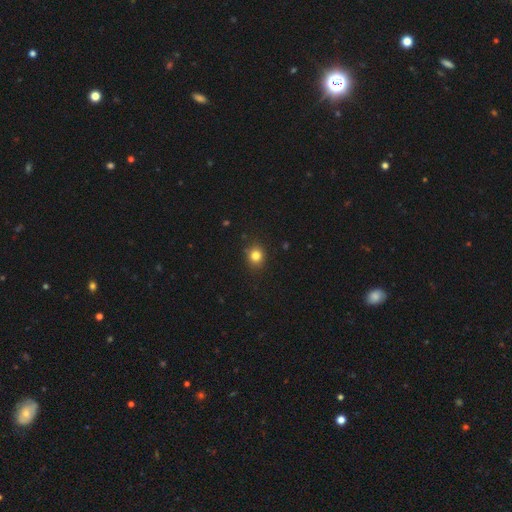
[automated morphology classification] smooth 82%, star or artifact 12%, featured or disk 6%. Down the decision tree: how rounded — round (74%); merging — none (86%).